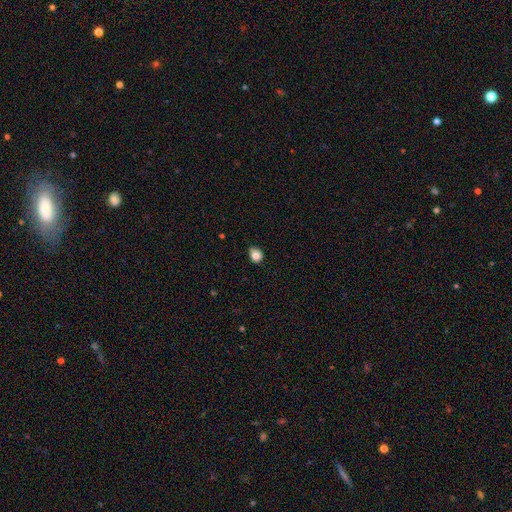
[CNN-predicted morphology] Q: Smooth or featured?
A: smooth (80%); runner-up: star or artifact (11%)
Q: How rounded?
A: round (65%); runner-up: in between (34%)
Q: Merging?
A: none (72%); runner-up: minor disturbance (23%)